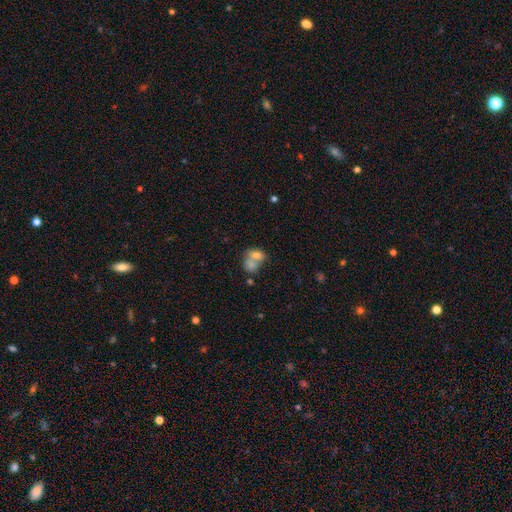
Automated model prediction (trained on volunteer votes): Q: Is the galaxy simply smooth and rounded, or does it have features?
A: smooth — 72%.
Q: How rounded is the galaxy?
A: in between — 62%.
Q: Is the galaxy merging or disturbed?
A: merger — 67%.